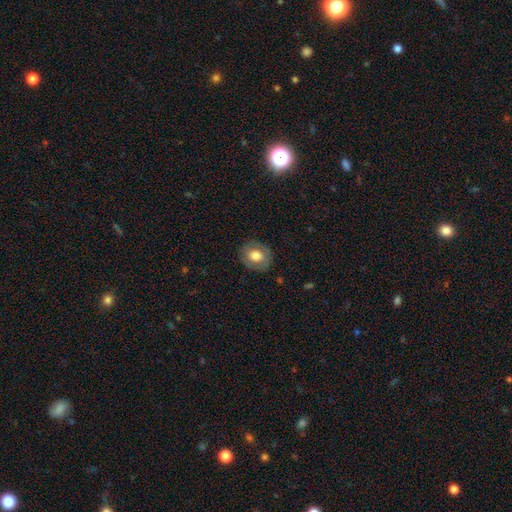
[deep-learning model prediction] Smooth or featured? Predicted: smooth (p=0.66). How rounded? Predicted: round (p=0.65). Merging? Predicted: none (p=0.82).